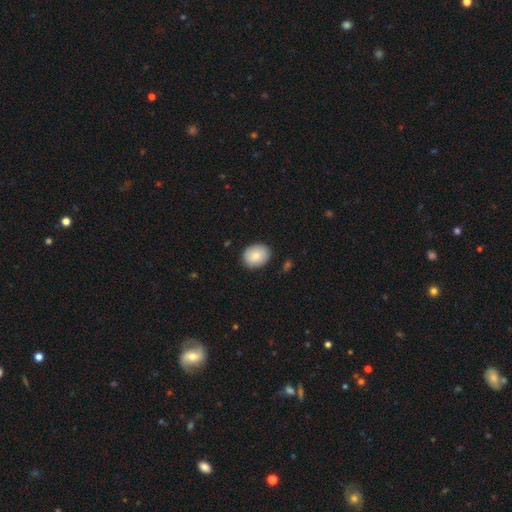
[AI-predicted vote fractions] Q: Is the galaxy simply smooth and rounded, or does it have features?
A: smooth — 82%.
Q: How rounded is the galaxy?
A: in between — 51%.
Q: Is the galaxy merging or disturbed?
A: none — 86%.